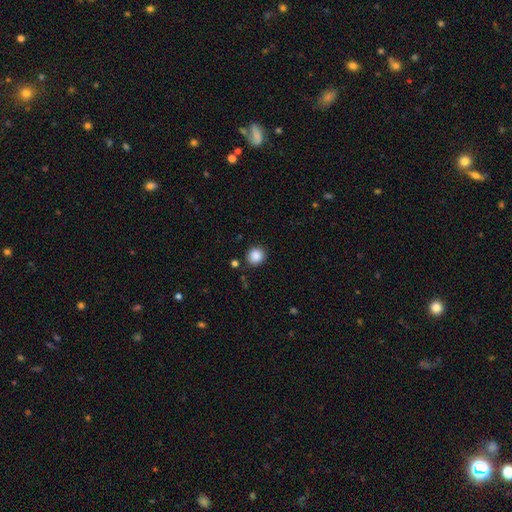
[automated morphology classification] Smooth or featured? Predicted: smooth (p=0.88). How rounded? Predicted: round (p=0.87). Merging? Predicted: none (p=0.86).